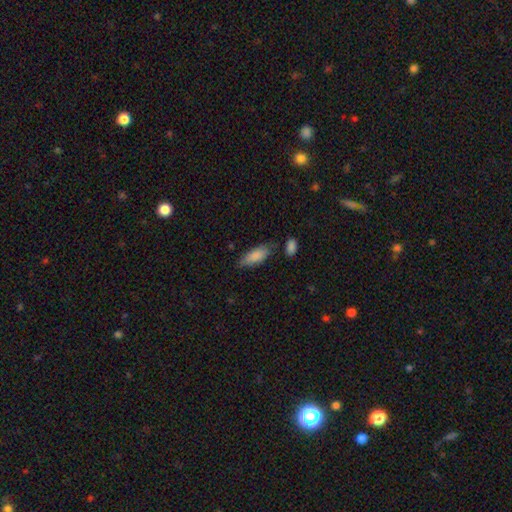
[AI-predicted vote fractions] smooth 87%, featured or disk 7%, star or artifact 6%. Down the decision tree: how rounded — in between (78%); merging — none (68%).